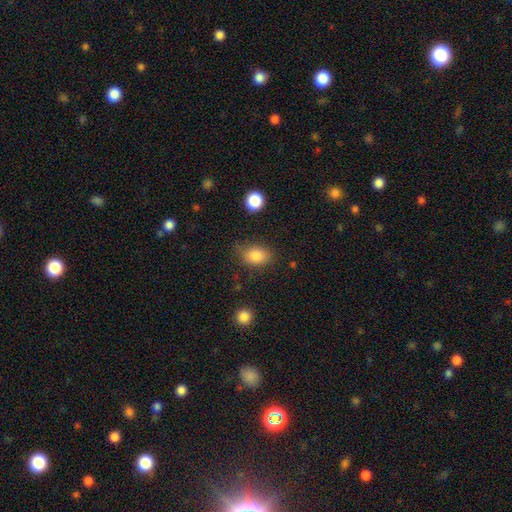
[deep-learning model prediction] Smooth or featured? smooth (83%)
How rounded? in between (76%)
Merging? none (73%)